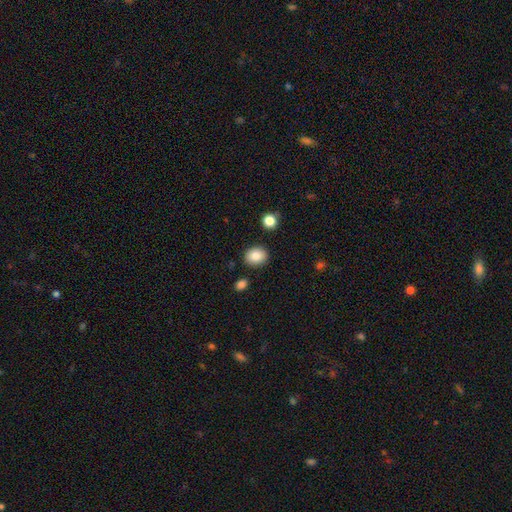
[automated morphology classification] Smooth or featured? Predicted: smooth (p=0.85). How rounded? Predicted: round (p=0.59). Merging? Predicted: none (p=0.87).